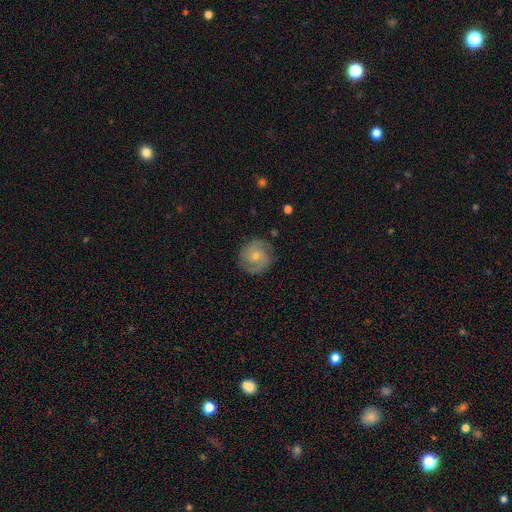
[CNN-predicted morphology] Smooth or featured: featured or disk — 60% (smooth — 33%)
Edge-on disk: no — 98% (yes — 2%)
Bar: no — 68% (weak — 27%)
Spiral arms: yes — 88% (no — 12%)
Spiral winding: medium — 43% (tight — 42%)
Spiral arm count: 2 — 75% (can't tell — 12%)
Bulge size: small — 59% (moderate — 37%)
Merging: none — 82% (minor disturbance — 13%)